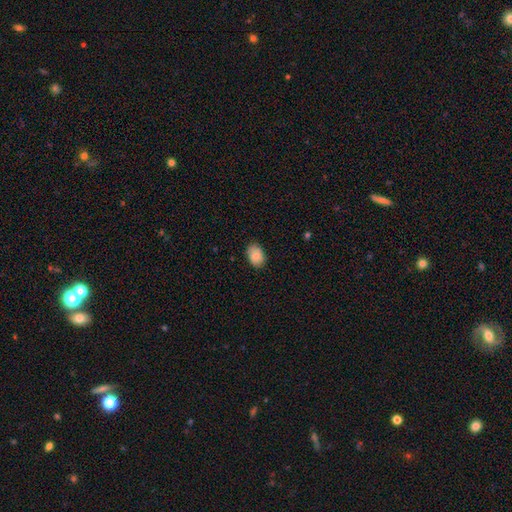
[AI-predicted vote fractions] A smooth galaxy with no disk features (86%) that is in between round and cigar-shaped (78%).

Vote fractions:
- Smooth or featured? smooth: 86% / star or artifact: 7% / featured or disk: 7%
- How rounded? in between: 78% / round: 21% / cigar-shaped: 1%
- Merging? none: 81% / minor disturbance: 15% / major disturbance: 3% / merger: 1%